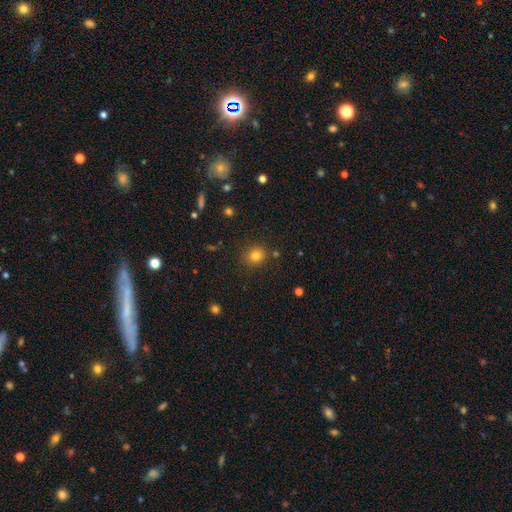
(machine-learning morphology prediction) This appears to be a smooth galaxy with no disk features (81%) that is round (82%). Merging: none (85%).